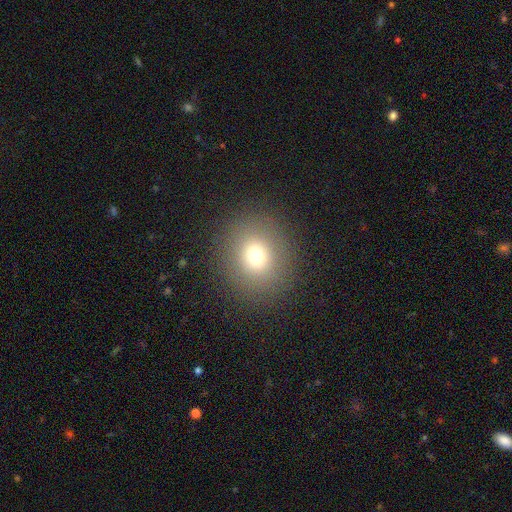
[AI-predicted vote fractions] This is likely a smooth galaxy (72%). How rounded: clearly round (82%). Merging: clearly none (88%).